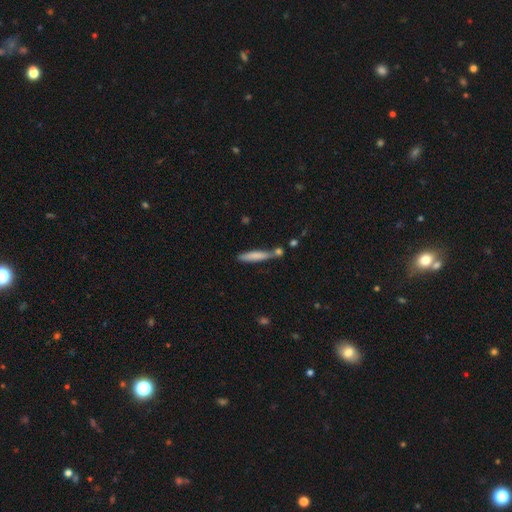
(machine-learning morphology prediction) smooth_or_featured: smooth (p=0.72) [alt: featured or disk p=0.21]
how_rounded: cigar-shaped (p=0.90) [alt: in between p=0.09]
merging: none (p=0.57) [alt: merger p=0.21]